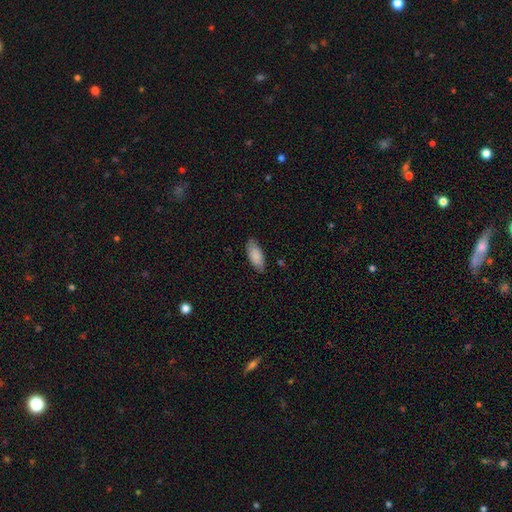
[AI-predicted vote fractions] The model was most divided on "merging": none: 79%, minor disturbance: 17%, major disturbance: 3%, merger: 1%. More confident: smooth or featured — smooth (84%); how rounded — in between (84%).